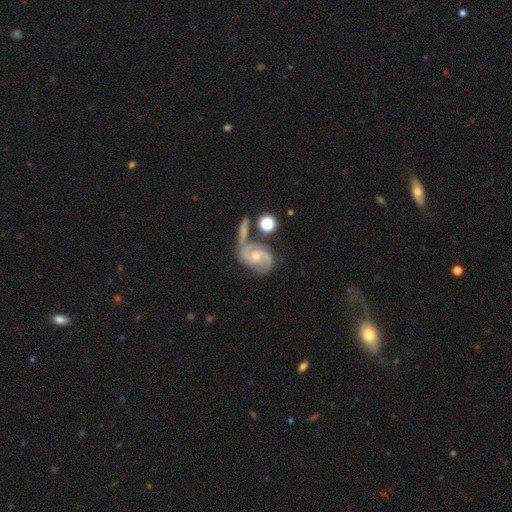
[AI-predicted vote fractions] The model was most divided on "bulge size": moderate: 47%, small: 46%, none: 4%, large: 3%, dominant: 1%. Remaining: spiral arms — yes (98%); edge-on disk — no (98%); smooth or featured — featured or disk (90%); spiral arm count — 2 (88%); spiral winding — medium (56%); bar — no (50%); merging — none (49%).